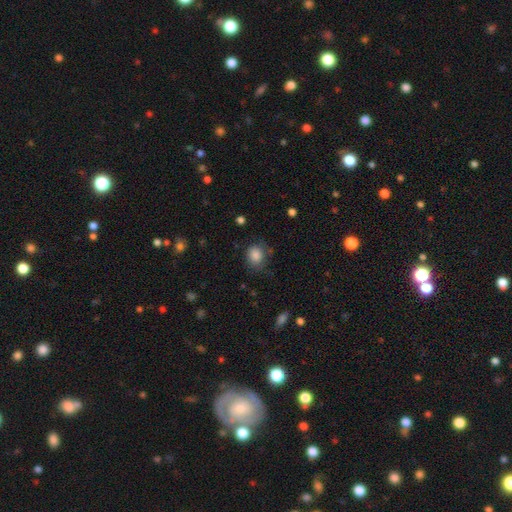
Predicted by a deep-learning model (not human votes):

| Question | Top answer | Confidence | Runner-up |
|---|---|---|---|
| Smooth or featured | smooth | 85% | star or artifact (9%) |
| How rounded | round | 64% | in between (35%) |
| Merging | none | 66% | minor disturbance (23%) |